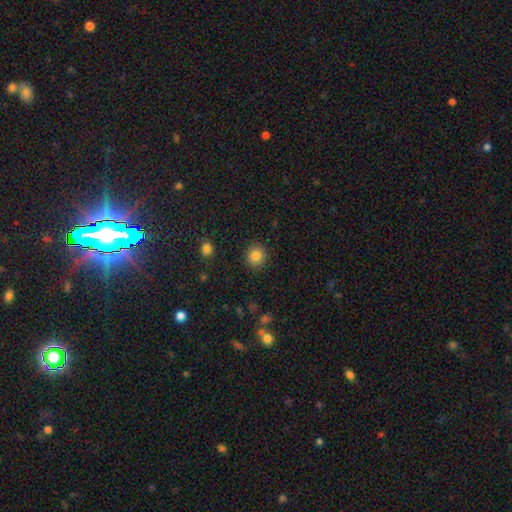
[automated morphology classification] smooth-or-featured: smooth: 84% | star or artifact: 11% | featured or disk: 5%
  how-rounded: round: 89% | in between: 10% | cigar-shaped: 1%
  merging: none: 90% | minor disturbance: 6% | major disturbance: 2% | merger: 1%